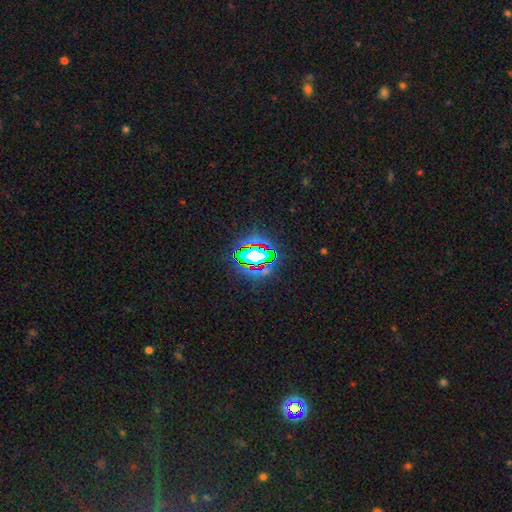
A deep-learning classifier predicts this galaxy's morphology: Q: Smooth or featured?
A: star or artifact (68%); runner-up: smooth (20%)